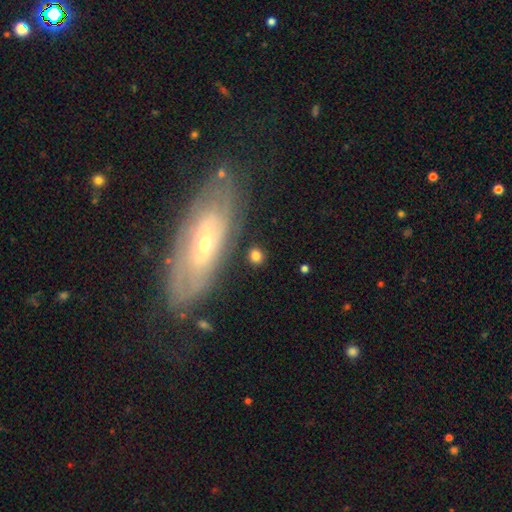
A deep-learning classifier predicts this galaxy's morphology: Smooth or featured?
  - smooth: 75% *
  - featured or disk: 15%
  - star or artifact: 10%
How rounded?
  - round: 71% *
  - in between: 25%
  - cigar-shaped: 4%
Merging?
  - none: 82% *
  - minor disturbance: 9%
  - merger: 4%
  - major disturbance: 4%